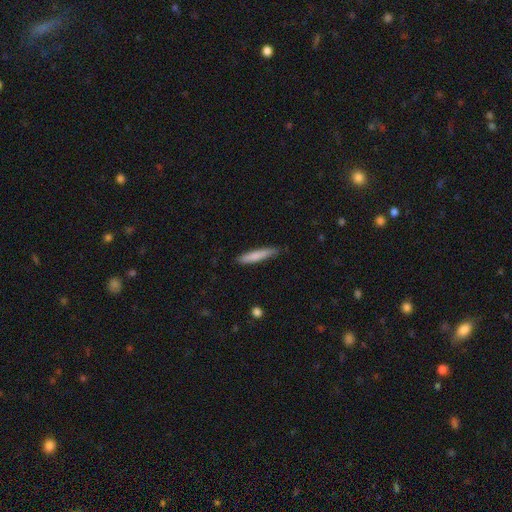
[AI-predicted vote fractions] Smooth or featured?
  - smooth: 79% *
  - featured or disk: 16%
  - star or artifact: 6%
How rounded?
  - cigar-shaped: 90% *
  - in between: 9%
  - round: 1%
Merging?
  - none: 82% *
  - minor disturbance: 15%
  - major disturbance: 2%
  - merger: 1%